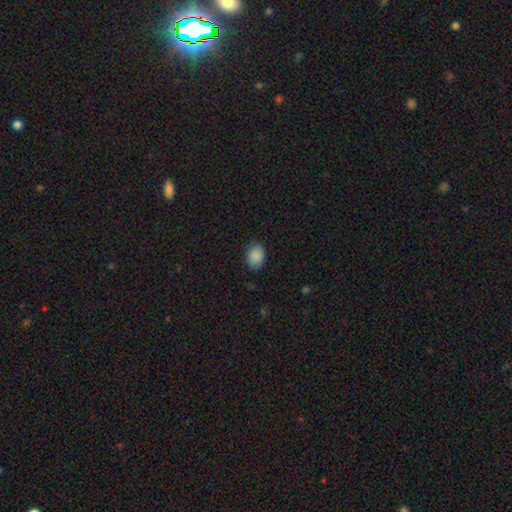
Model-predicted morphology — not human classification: This appears to be a smooth galaxy with no disk features (89%) that is in between round and cigar-shaped (71%). Merging: none (84%).